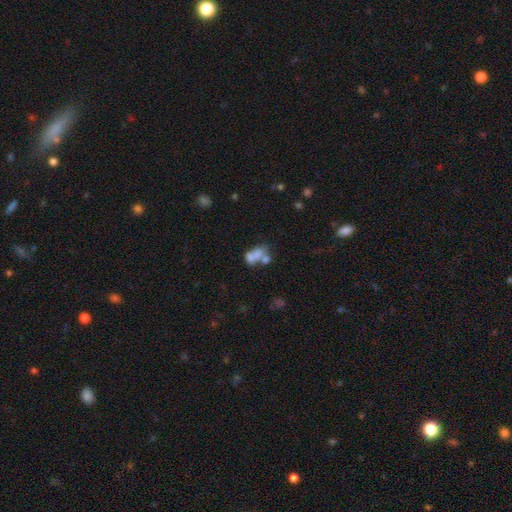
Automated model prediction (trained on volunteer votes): Morphology: type=smooth (60%); roundness=in between (78%); merging=merger (56%).